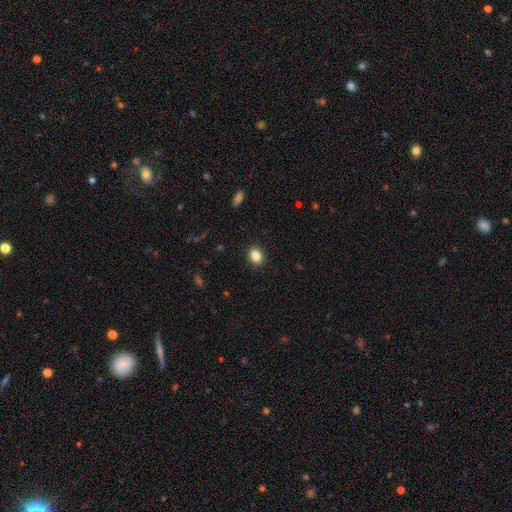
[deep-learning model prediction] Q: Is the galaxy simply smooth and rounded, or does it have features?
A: smooth — 85%.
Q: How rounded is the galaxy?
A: in between — 62%.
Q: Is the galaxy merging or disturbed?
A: none — 90%.